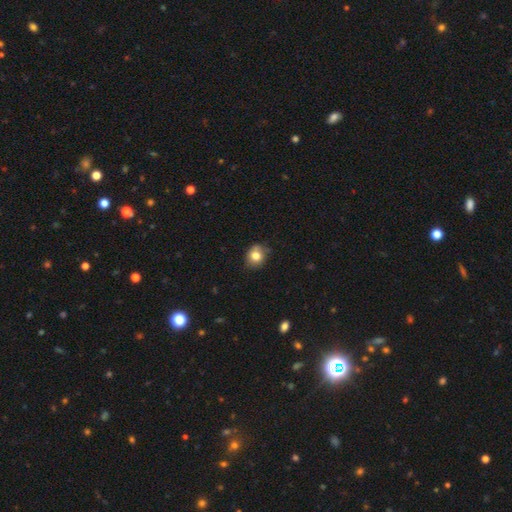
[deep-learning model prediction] Smooth or featured?
  - smooth: 78% *
  - featured or disk: 12%
  - star or artifact: 10%
How rounded?
  - round: 67% *
  - in between: 32%
  - cigar-shaped: 1%
Merging?
  - none: 71% *
  - minor disturbance: 23%
  - major disturbance: 4%
  - merger: 2%